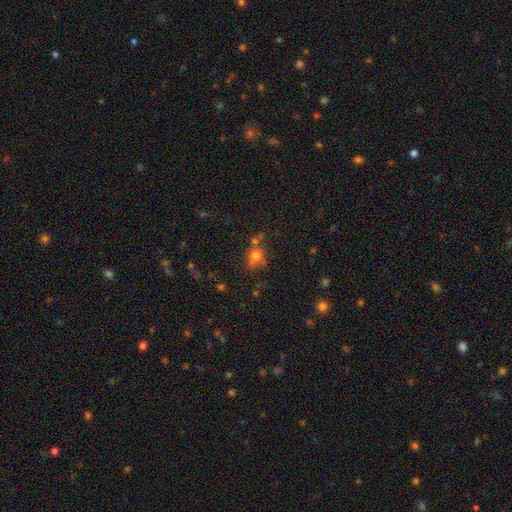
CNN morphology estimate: smooth 70%, star or artifact 18%, featured or disk 12%. Down the decision tree: how rounded — round (71%); merging — none (54%).